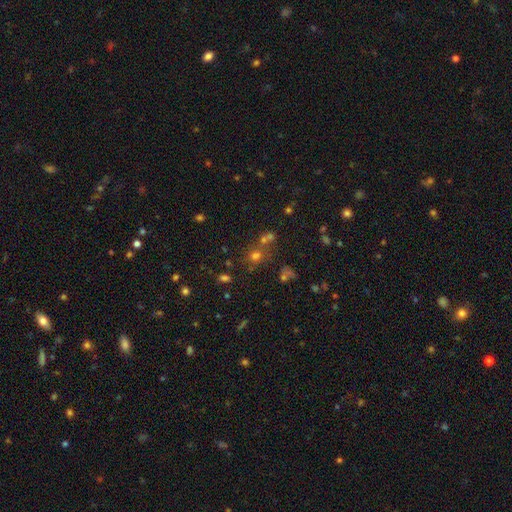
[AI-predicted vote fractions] smooth-or-featured: smooth: 51% | star or artifact: 38% | featured or disk: 11%
  how-rounded: round: 82% | in between: 16% | cigar-shaped: 1%
  merging: none: 61% | merger: 25% | minor disturbance: 9% | major disturbance: 5%